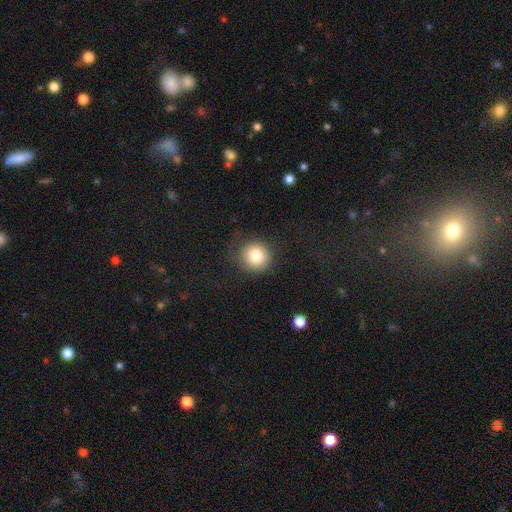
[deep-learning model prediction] smooth-or-featured: smooth: 82% | star or artifact: 10% | featured or disk: 8%
  how-rounded: round: 92% | in between: 7% | cigar-shaped: 1%
  merging: none: 75% | minor disturbance: 15% | major disturbance: 8% | merger: 1%